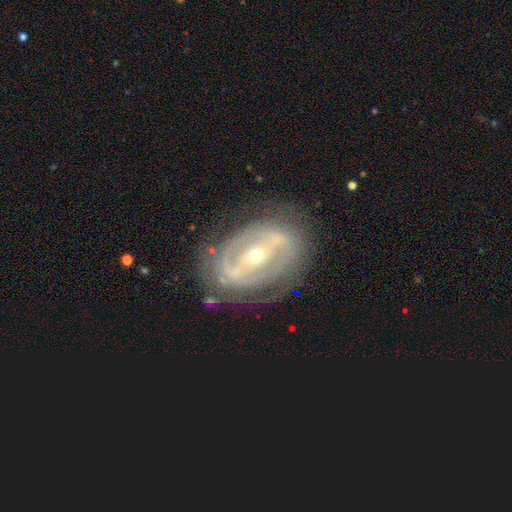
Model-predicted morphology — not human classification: Smooth or featured?
  - featured or disk: 82% *
  - smooth: 11%
  - star or artifact: 7%
Edge-on disk?
  - no: 93% *
  - yes: 7%
Bar?
  - strong: 57% *
  - weak: 26%
  - no: 17%
Spiral arms?
  - yes: 61% *
  - no: 39%
Bulge size?
  - small: 56% *
  - moderate: 41%
  - large: 2%
  - dominant: 1%
  - none: 1%
Merging?
  - none: 73% *
  - minor disturbance: 16%
  - major disturbance: 10%
  - merger: 2%